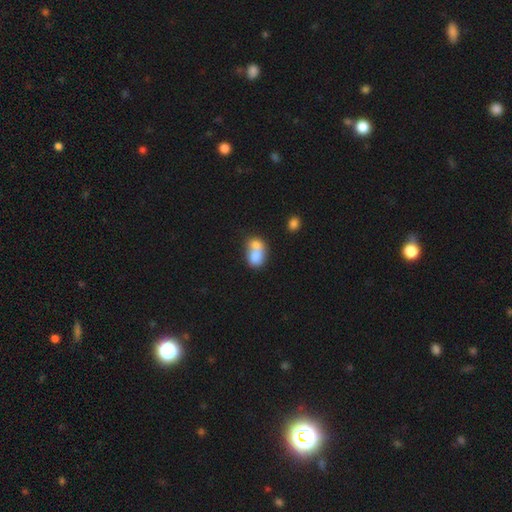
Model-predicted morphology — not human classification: smooth-or-featured: smooth: 74% | featured or disk: 17% | star or artifact: 9%
  how-rounded: in between: 69% | round: 29% | cigar-shaped: 1%
  merging: merger: 68% | none: 19% | minor disturbance: 8% | major disturbance: 5%